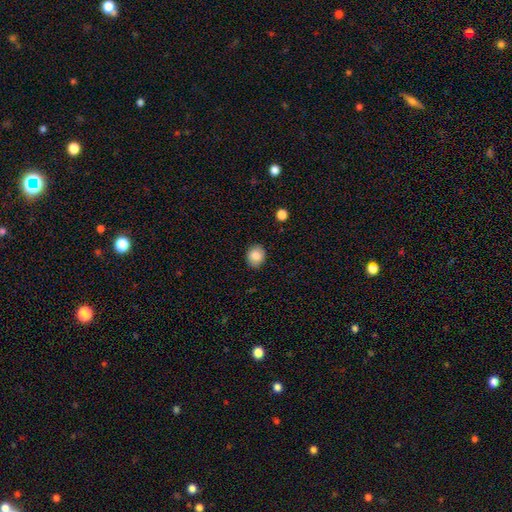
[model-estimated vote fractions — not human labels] smooth 86%, star or artifact 9%, featured or disk 5%. Down the decision tree: how rounded — round (67%); merging — none (88%).